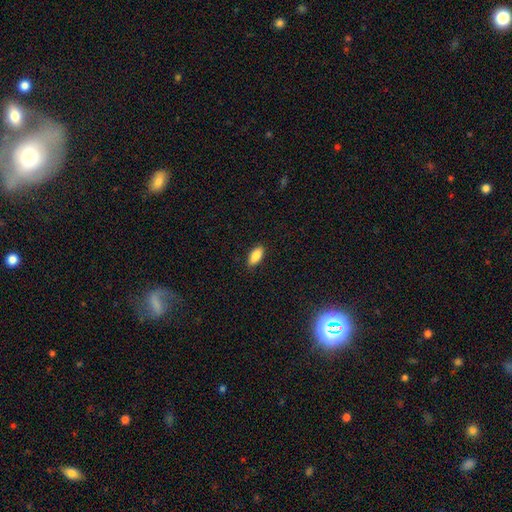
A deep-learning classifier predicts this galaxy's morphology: Smooth or featured? Predicted: smooth (p=0.84). How rounded? Predicted: in between (p=0.87). Merging? Predicted: none (p=0.88).